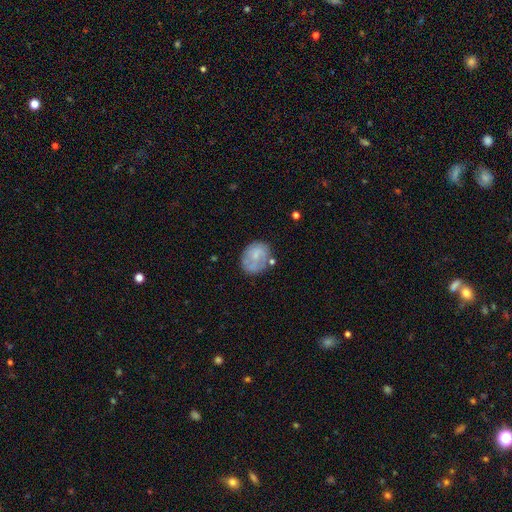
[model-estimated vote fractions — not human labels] Morphology: type=smooth (54%); roundness=round (55%); merging=none (60%).